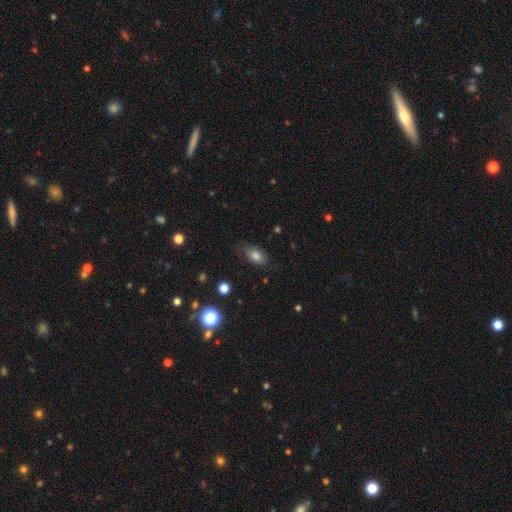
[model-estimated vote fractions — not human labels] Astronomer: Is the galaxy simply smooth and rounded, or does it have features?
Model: smooth — 79%.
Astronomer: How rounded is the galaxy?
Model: in between — 86%.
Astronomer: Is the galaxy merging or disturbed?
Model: none — 76%.